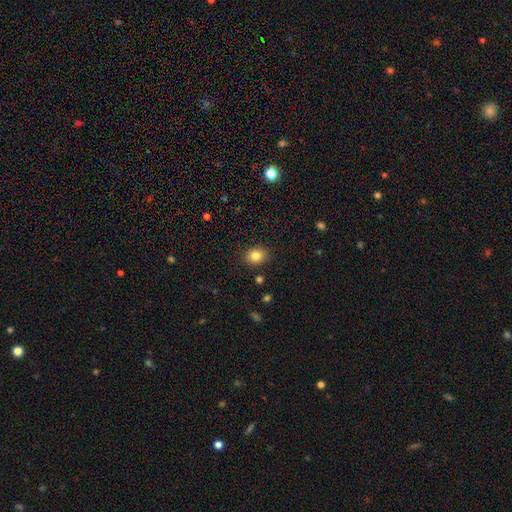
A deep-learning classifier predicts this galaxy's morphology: Overall: smooth (82%). How rounded: round (59%; in between 40%). Merging: none (88%).